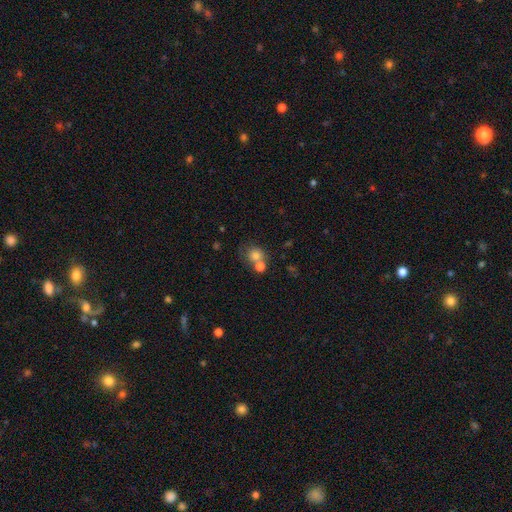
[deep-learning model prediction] smooth 76%, star or artifact 12%, featured or disk 11%. Down the decision tree: how rounded — round (80%); merging — none (48%).